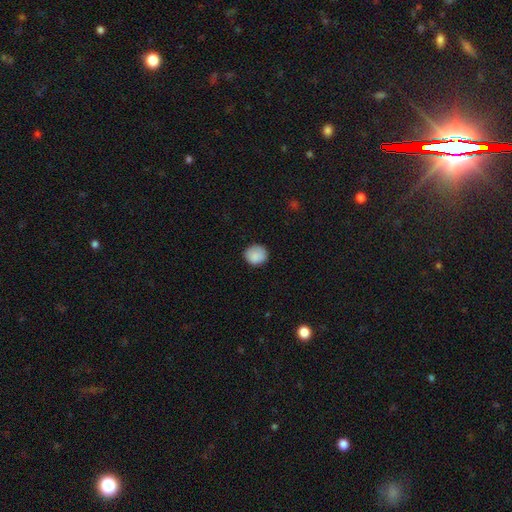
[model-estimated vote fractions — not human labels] Morphology: type=smooth (88%); roundness=round (82%); merging=none (85%).